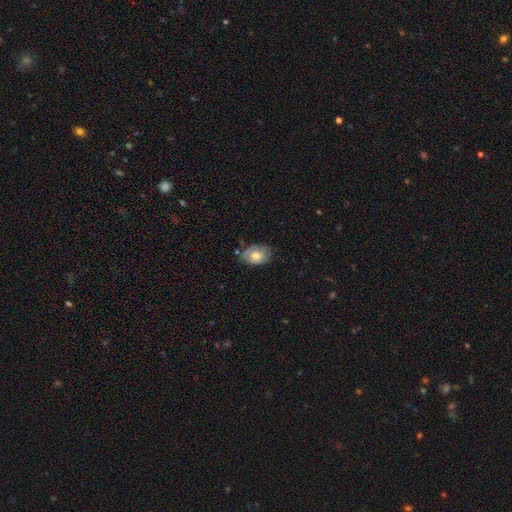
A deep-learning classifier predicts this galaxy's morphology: Overall: smooth (64%; featured or disk 29%). How rounded: in between (86%). Merging: none (63%; minor disturbance 27%).